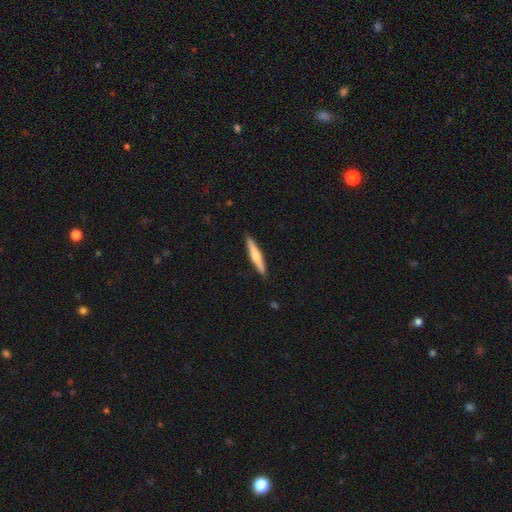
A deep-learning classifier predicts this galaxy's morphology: This is possibly a smooth galaxy (48%). Merging: clearly none (91%).